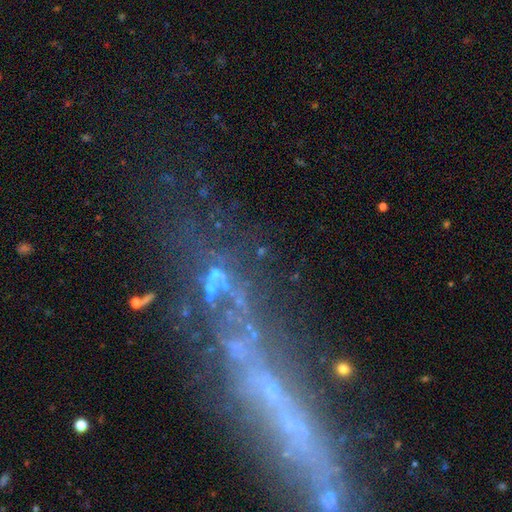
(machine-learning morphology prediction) smooth_or_featured: featured or disk (p=0.57) [alt: star or artifact p=0.23]
disk_edge_on: yes (p=0.53) [alt: no p=0.47]
merging: none (p=0.58) [alt: minor disturbance p=0.18]